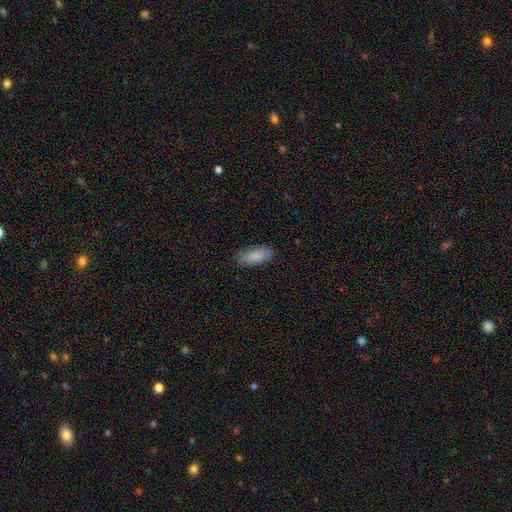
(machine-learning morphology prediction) A smooth galaxy with no disk features (85%) that is in between round and cigar-shaped (80%). Merging: none (83%).